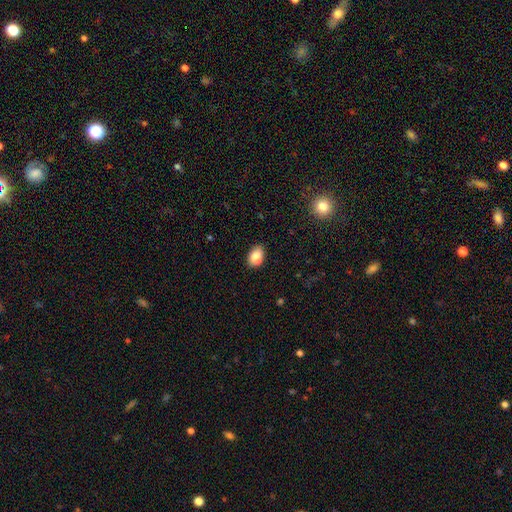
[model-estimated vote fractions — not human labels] smooth-or-featured: smooth: 85% | star or artifact: 8% | featured or disk: 7%
  how-rounded: in between: 86% | round: 13% | cigar-shaped: 1%
  merging: none: 75% | minor disturbance: 18% | merger: 5% | major disturbance: 3%